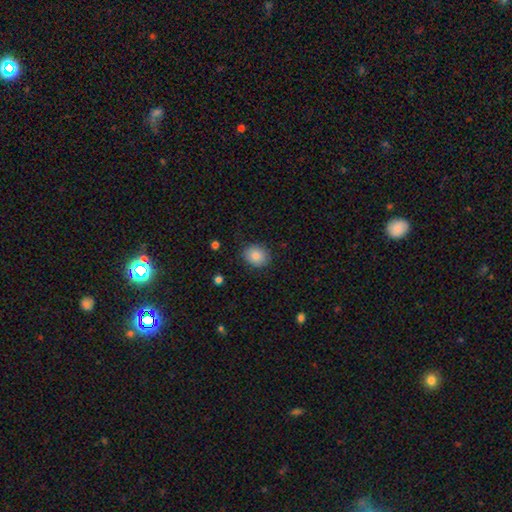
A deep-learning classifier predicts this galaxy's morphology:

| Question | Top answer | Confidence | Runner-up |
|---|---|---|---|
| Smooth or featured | smooth | 86% | star or artifact (9%) |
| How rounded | round | 62% | in between (37%) |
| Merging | none | 86% | minor disturbance (10%) |